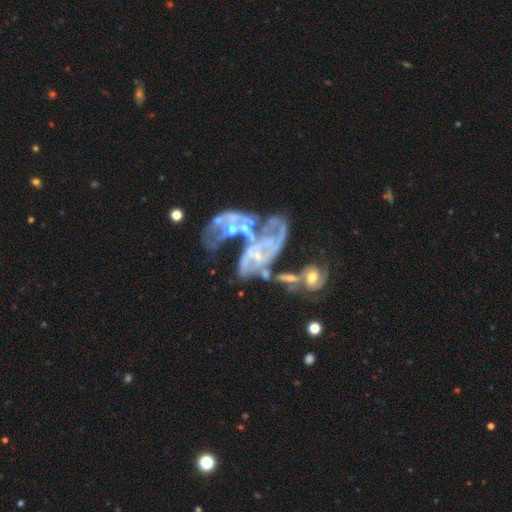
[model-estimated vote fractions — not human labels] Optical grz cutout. It shows a featured or disk galaxy (78%) with no bar (74%), spiral arms (60%) and a small central bulge (45%). Merging: merger (53%).